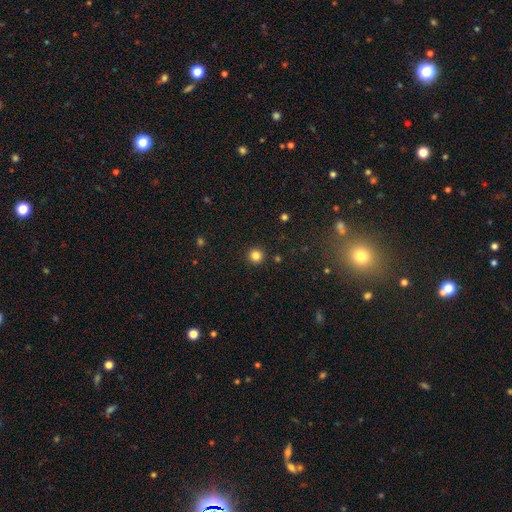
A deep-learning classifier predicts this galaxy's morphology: This is clearly a smooth galaxy (83%). How rounded: clearly round (96%). Merging: clearly none (93%).